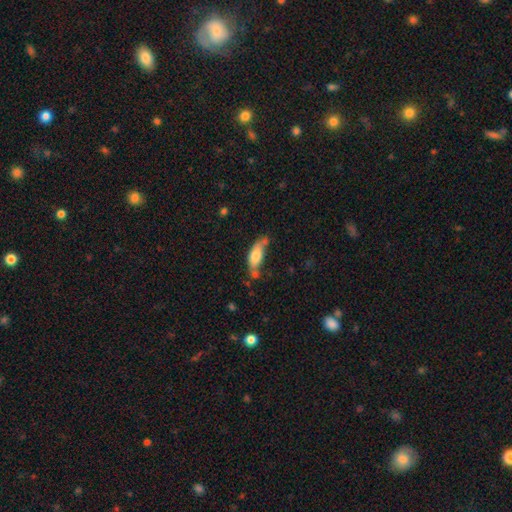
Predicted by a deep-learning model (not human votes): Overall: smooth (69%). How rounded: in between (70%). Merging: none (42%; minor disturbance 29%).